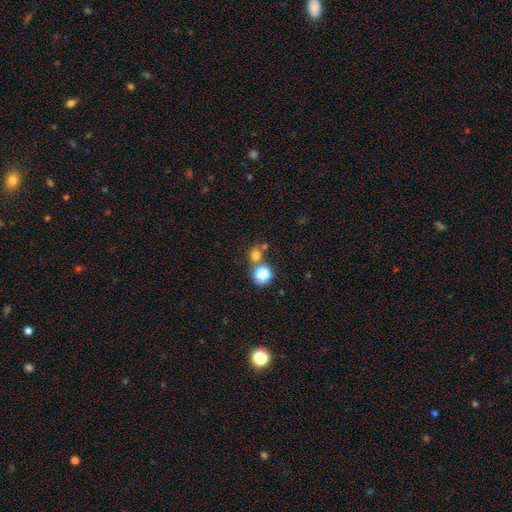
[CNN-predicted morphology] A smooth galaxy with no disk features (69%) that is round (83%). Merging: none (64%).